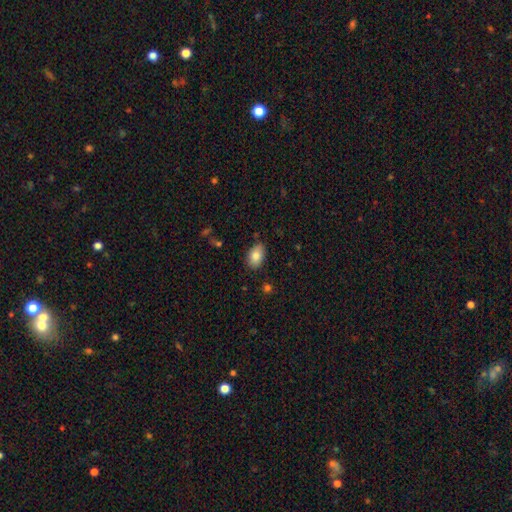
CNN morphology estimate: The model was most divided on "merging": none: 84%, minor disturbance: 12%, major disturbance: 2%, merger: 2%. More confident: how rounded — in between (91%); smooth or featured — smooth (84%).